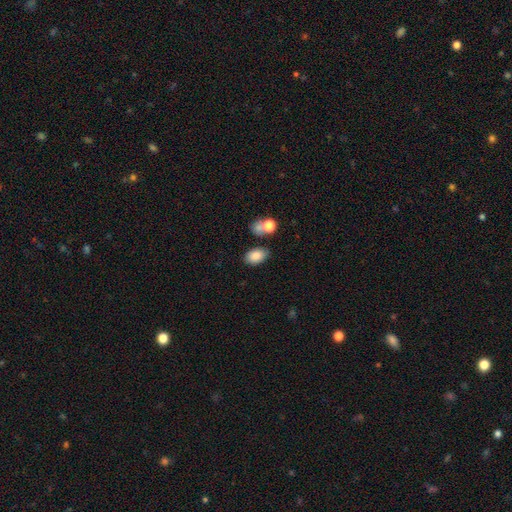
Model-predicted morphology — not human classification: Smooth or featured?
  - smooth: 84% *
  - star or artifact: 9%
  - featured or disk: 8%
How rounded?
  - in between: 88% *
  - round: 11%
  - cigar-shaped: 1%
Merging?
  - none: 72% *
  - minor disturbance: 14%
  - merger: 10%
  - major disturbance: 4%